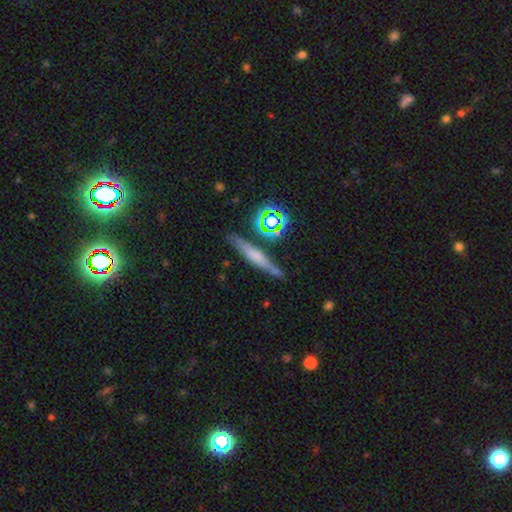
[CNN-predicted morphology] Q: Smooth or featured?
A: smooth (45%); runner-up: featured or disk (39%)
Q: Merging?
A: none (77%); runner-up: minor disturbance (13%)